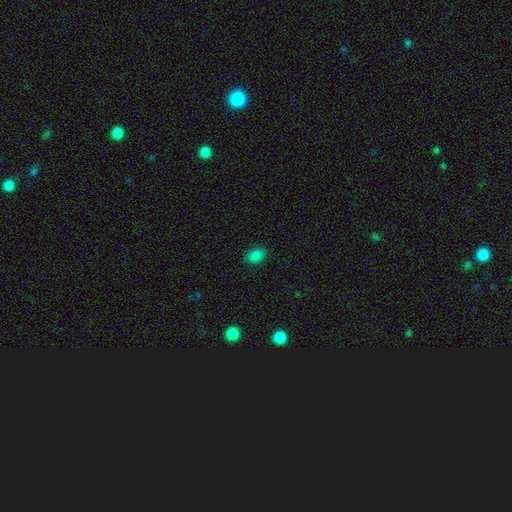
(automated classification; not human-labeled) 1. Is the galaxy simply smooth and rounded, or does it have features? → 83% smooth, 14% star or artifact, 4% featured or disk.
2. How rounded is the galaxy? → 80% in between, 18% round, 1% cigar-shaped.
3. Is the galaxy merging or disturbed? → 84% none, 12% minor disturbance, 3% major disturbance, 1% merger.